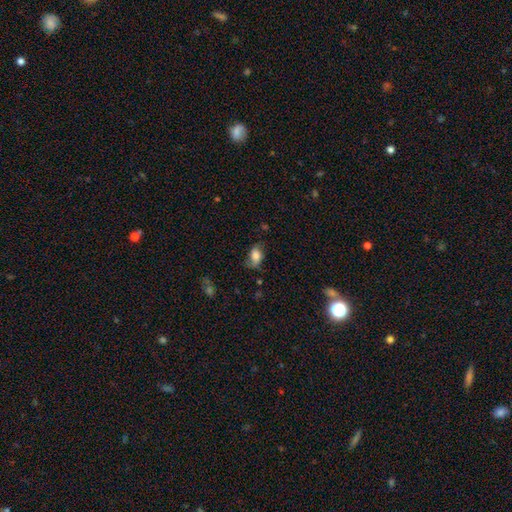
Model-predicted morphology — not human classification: Smooth or featured?
  - smooth: 75% *
  - featured or disk: 17%
  - star or artifact: 9%
How rounded?
  - in between: 86% *
  - round: 12%
  - cigar-shaped: 2%
Merging?
  - none: 55% *
  - minor disturbance: 30%
  - major disturbance: 13%
  - merger: 2%